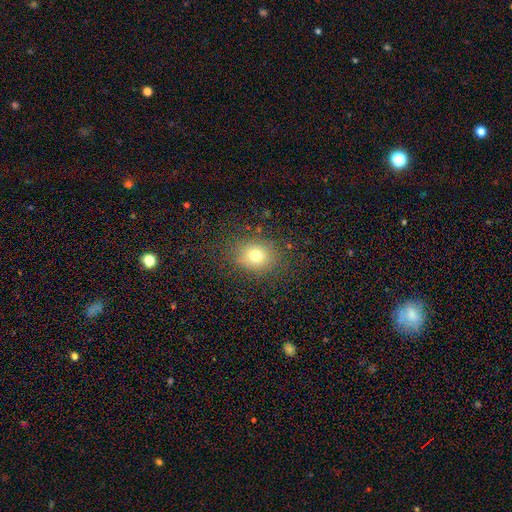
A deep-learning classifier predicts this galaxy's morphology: This is likely a smooth galaxy (73%). How rounded: possibly round (58%). Merging: clearly none (81%).